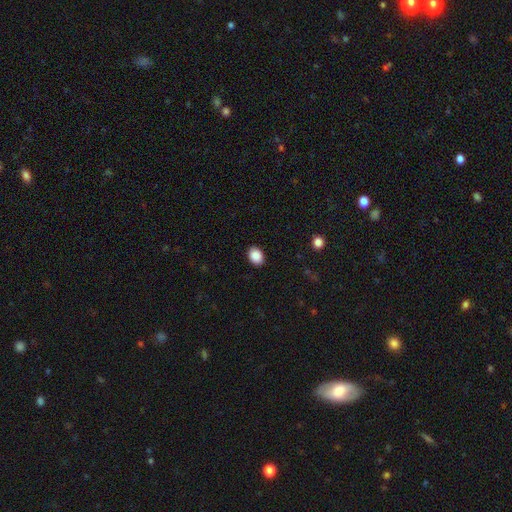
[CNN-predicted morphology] A smooth galaxy with no disk features (89%) that is in between round and cigar-shaped (70%).

Vote fractions:
- Smooth or featured? smooth: 89% / star or artifact: 8% / featured or disk: 3%
- How rounded? in between: 70% / round: 29% / cigar-shaped: 1%
- Merging? none: 89% / minor disturbance: 8% / major disturbance: 2% / merger: 1%